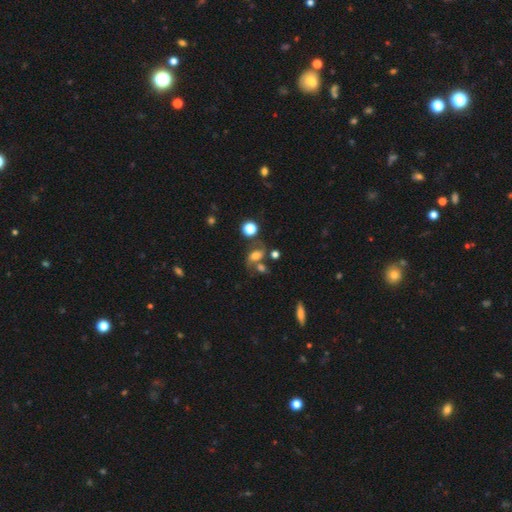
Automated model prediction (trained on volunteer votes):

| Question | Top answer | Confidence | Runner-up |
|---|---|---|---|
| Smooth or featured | smooth | 44% | featured or disk (41%) |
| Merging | none | 45% | merger (25%) |